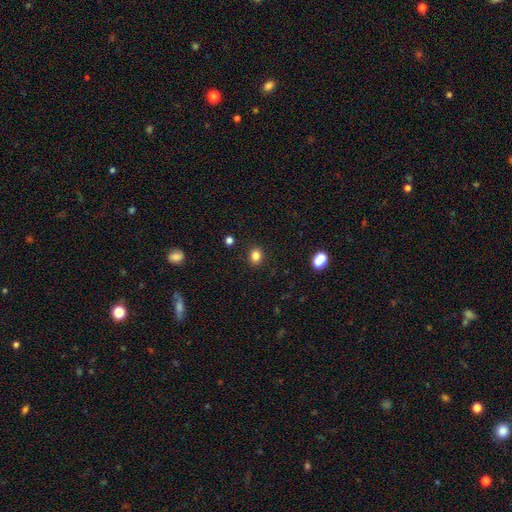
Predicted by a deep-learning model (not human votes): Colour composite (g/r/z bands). It shows a smooth galaxy with no disk features (83%) that is round (64%). Merging: none (89%).